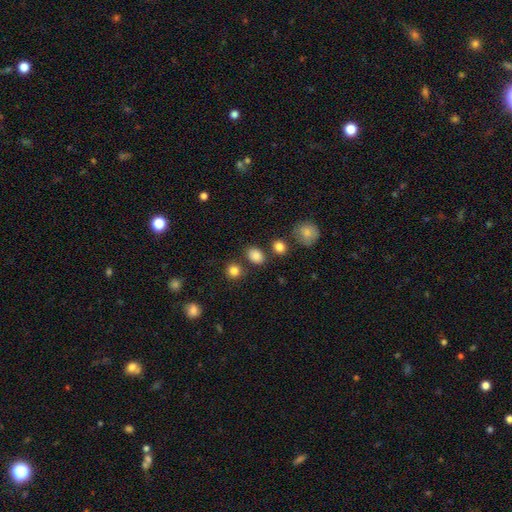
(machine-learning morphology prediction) smooth 85%, star or artifact 11%, featured or disk 5%. Down the decision tree: how rounded — in between (57%); merging — none (79%).